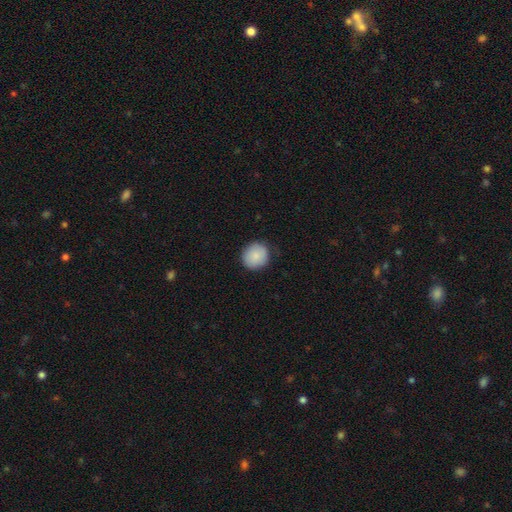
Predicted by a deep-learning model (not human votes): Overall: smooth (87%). How rounded: round (90%). Merging: none (85%).